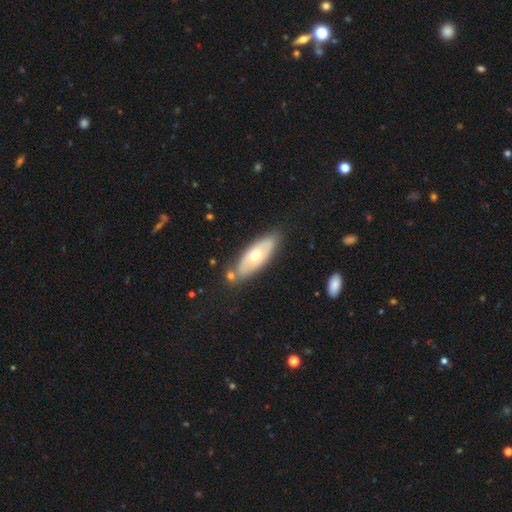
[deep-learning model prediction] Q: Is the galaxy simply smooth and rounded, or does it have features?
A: featured or disk — 47%, tied with smooth.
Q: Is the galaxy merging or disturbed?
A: none — 77%.